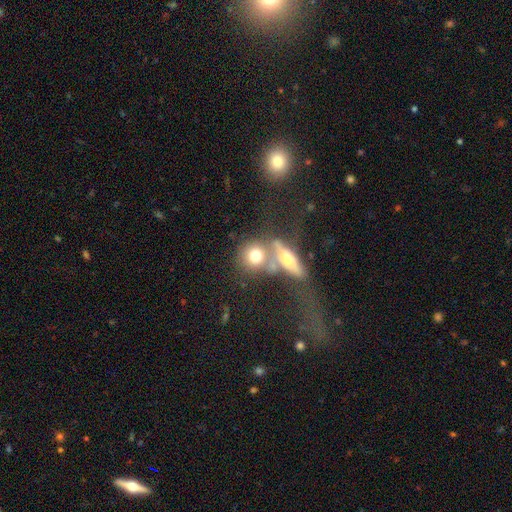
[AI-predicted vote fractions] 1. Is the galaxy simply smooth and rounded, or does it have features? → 68% smooth, 21% featured or disk, 11% star or artifact.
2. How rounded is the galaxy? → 72% round, 22% in between, 5% cigar-shaped.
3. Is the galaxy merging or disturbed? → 42% merger, 41% none, 10% minor disturbance, 7% major disturbance.